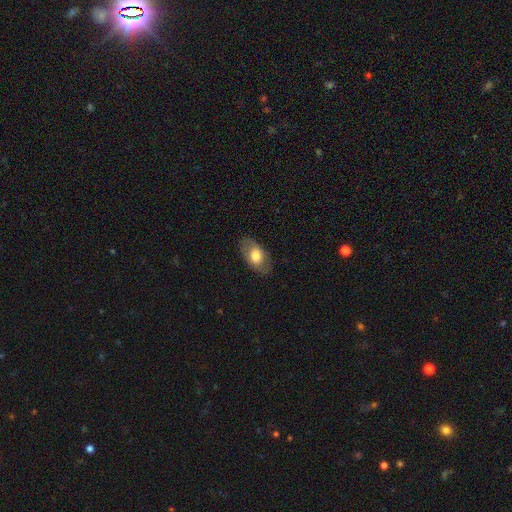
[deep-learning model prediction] A smooth galaxy with no disk features (64%) that is in between round and cigar-shaped (89%).

Vote fractions:
- Smooth or featured? smooth: 64% / featured or disk: 29% / star or artifact: 6%
- How rounded? in between: 89% / round: 9% / cigar-shaped: 2%
- Merging? none: 80% / minor disturbance: 14% / major disturbance: 5% / merger: 1%